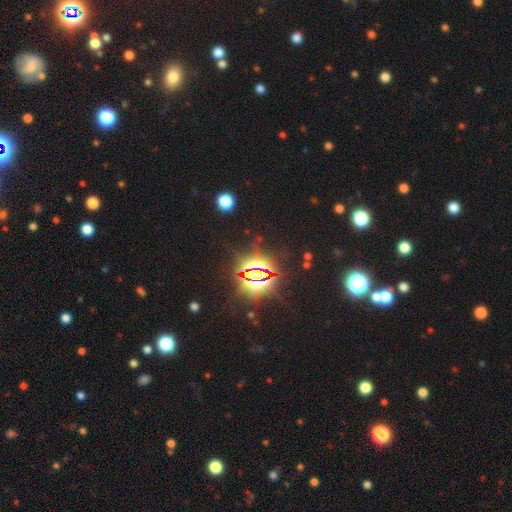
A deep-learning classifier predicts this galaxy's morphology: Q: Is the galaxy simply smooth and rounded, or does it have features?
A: star or artifact — 82%.